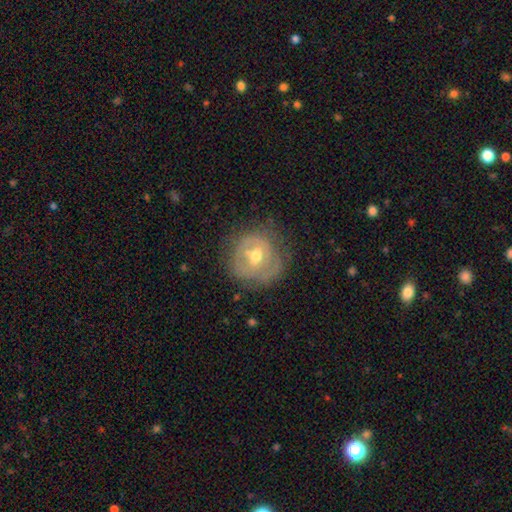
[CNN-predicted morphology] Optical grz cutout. It shows a featured or disk galaxy (62%) with no bar (47%), no spiral arms (51%) and a moderate central bulge (71%). Merging: none (69%).